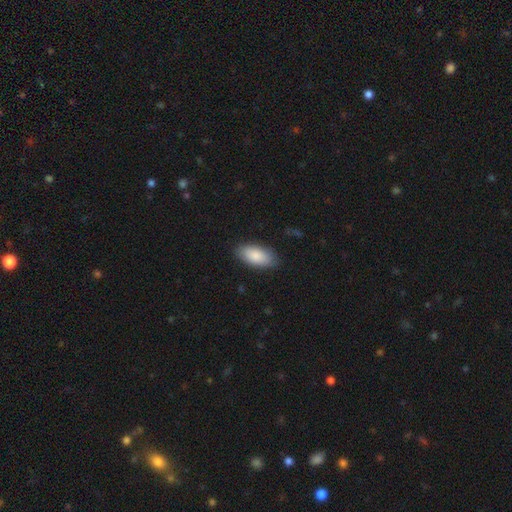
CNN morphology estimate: Smooth or featured? smooth (87%)
How rounded? in between (91%)
Merging? none (86%)